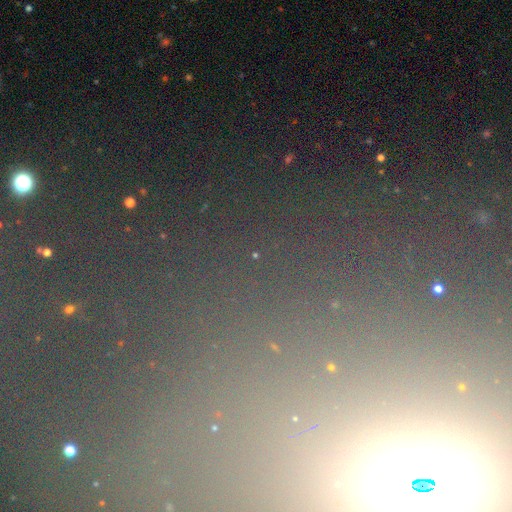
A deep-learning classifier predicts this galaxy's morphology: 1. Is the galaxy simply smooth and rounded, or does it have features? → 74% star or artifact, 17% smooth, 9% featured or disk.